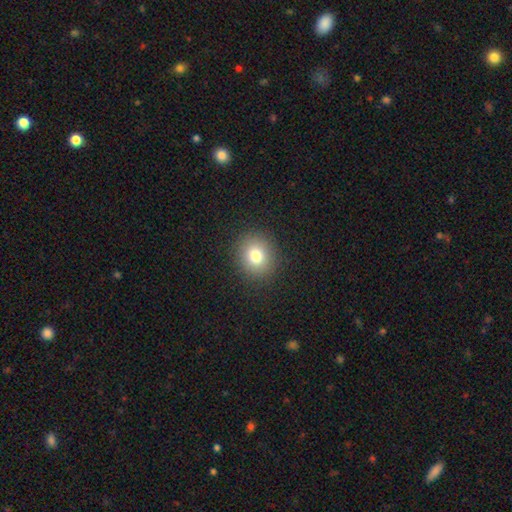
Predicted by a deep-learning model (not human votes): smooth_or_featured: smooth (p=0.78) [alt: star or artifact p=0.13]
how_rounded: round (p=0.79) [alt: in between p=0.21]
merging: none (p=0.90) [alt: minor disturbance p=0.07]